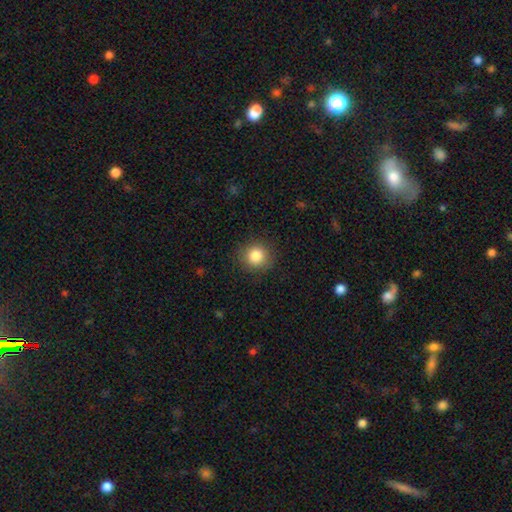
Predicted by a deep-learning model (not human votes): smooth_or_featured: smooth (p=0.84) [alt: star or artifact p=0.10]
how_rounded: round (p=0.90) [alt: in between p=0.09]
merging: none (p=0.89) [alt: minor disturbance p=0.07]